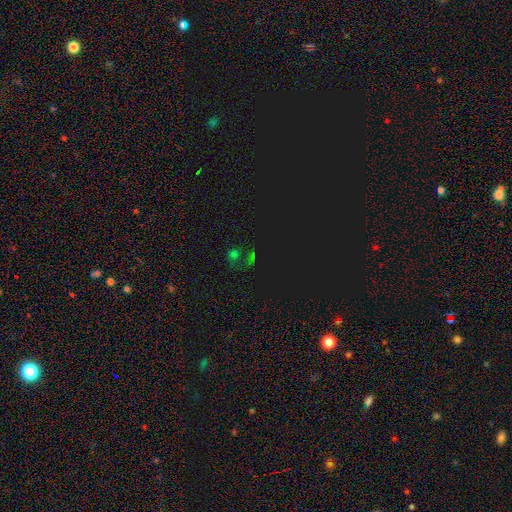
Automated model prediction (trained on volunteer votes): This appears to be a star or artifact, not a galaxy (66%).